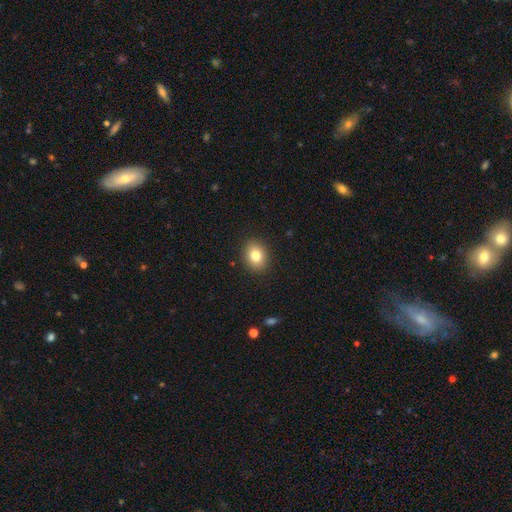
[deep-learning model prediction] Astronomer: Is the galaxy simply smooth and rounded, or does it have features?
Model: smooth — 81%.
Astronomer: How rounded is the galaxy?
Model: in between — 52% (runner-up: round, 47%).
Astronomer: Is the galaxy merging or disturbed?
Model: none — 90%.